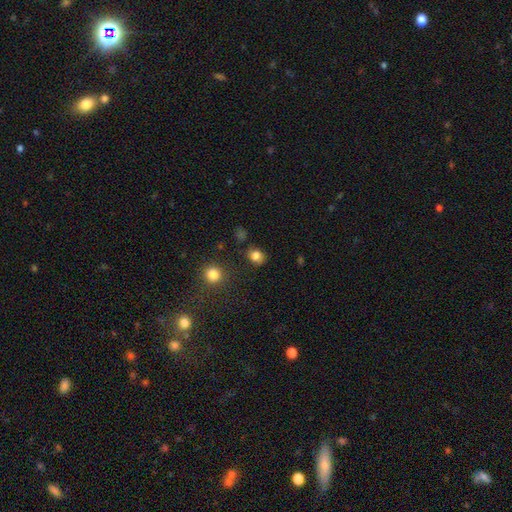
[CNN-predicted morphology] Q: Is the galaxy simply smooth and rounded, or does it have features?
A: smooth — 82%.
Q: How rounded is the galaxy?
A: round — 55%.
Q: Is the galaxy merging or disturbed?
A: none — 78%.